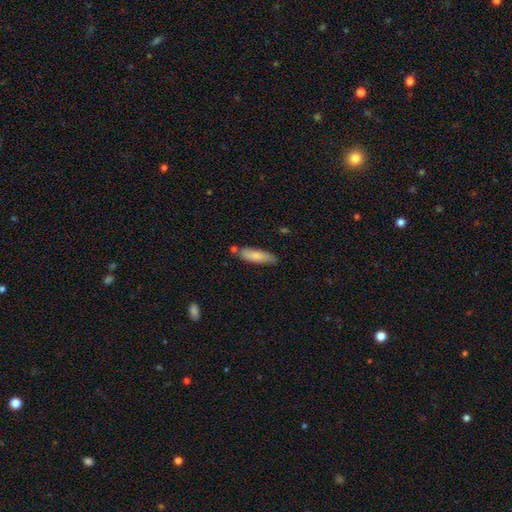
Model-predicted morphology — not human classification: smooth 81%, featured or disk 13%, star or artifact 6%. Down the decision tree: how rounded — cigar-shaped (56%); merging — none (70%).